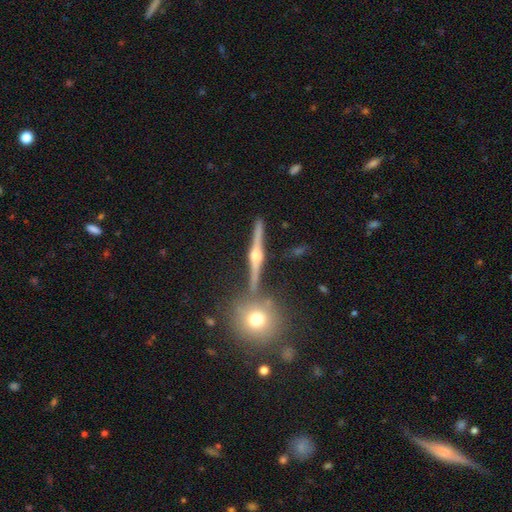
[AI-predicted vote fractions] The model was most divided on "smooth or featured": featured or disk: 84%, smooth: 9%, star or artifact: 7%. More confident: edge-on disk — yes (97%); edge-on bulge — rounded (94%); merging — none (85%).